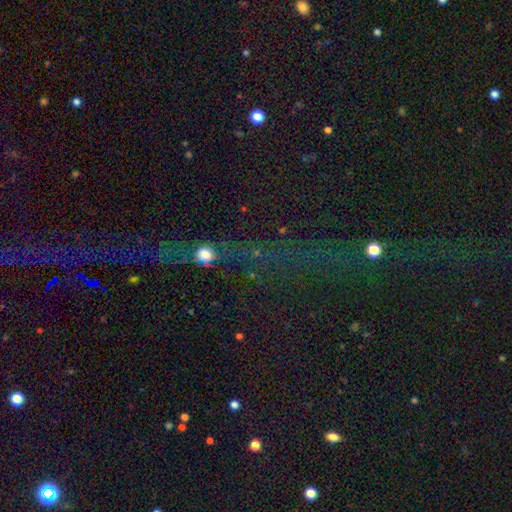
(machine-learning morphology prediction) A star or artifact, not a galaxy (74%).

Vote fractions:
- Smooth or featured? star or artifact: 74% / featured or disk: 13% / smooth: 13%